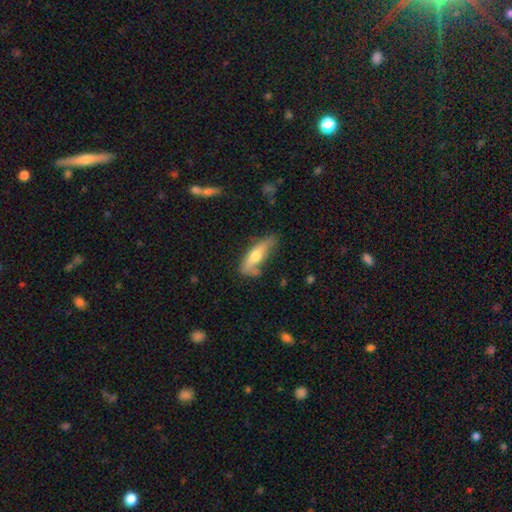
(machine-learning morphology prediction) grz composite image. It shows a smooth galaxy with no disk features (54%) that is cigar-shaped (52%). Merging: none (57%).